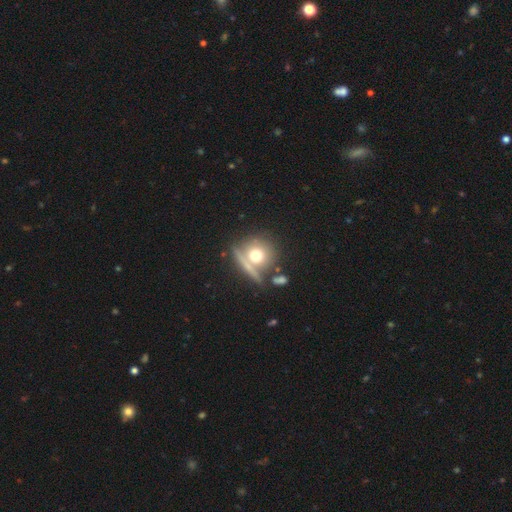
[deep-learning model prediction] Morphology: type=smooth (63%); roundness=round (88%); merging=none (56%).